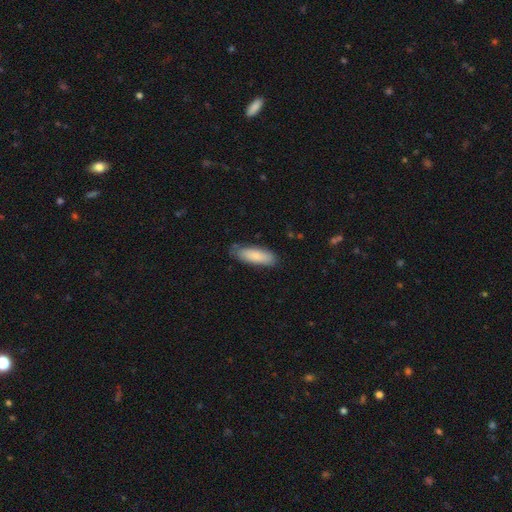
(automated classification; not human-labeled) smooth 82%, featured or disk 13%, star or artifact 6%. Down the decision tree: how rounded — in between (55%); merging — none (76%).